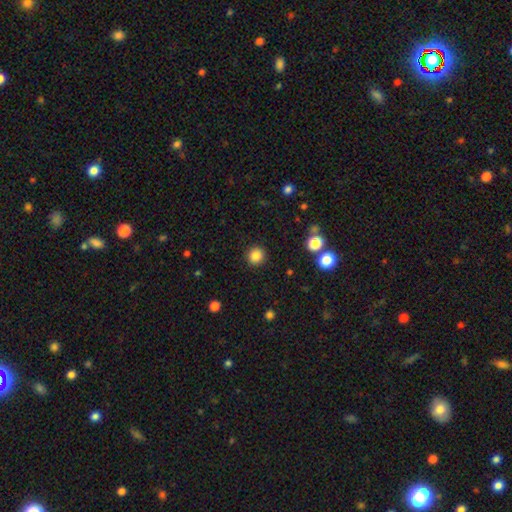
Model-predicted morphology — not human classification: smooth_or_featured: smooth (p=0.85) [alt: star or artifact p=0.11]
how_rounded: round (p=0.93) [alt: in between p=0.06]
merging: none (p=0.91) [alt: minor disturbance p=0.05]